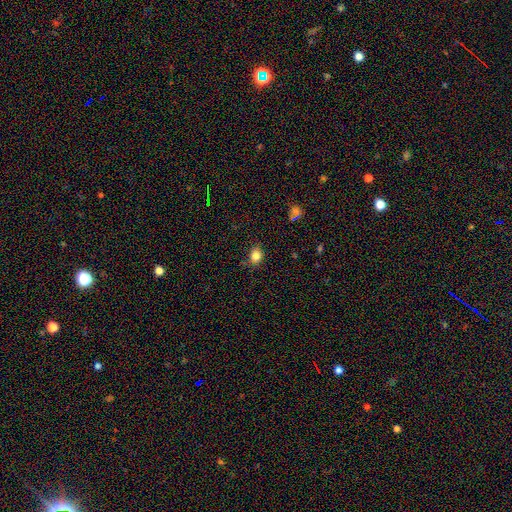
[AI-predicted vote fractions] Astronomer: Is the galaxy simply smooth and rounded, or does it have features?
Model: smooth — 83%.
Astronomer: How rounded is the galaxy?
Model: round — 50% (runner-up: in between, 49%).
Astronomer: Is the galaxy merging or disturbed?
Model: none — 84%.